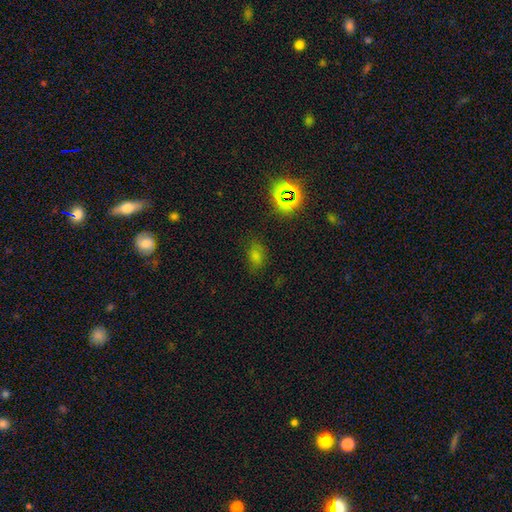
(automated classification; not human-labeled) A smooth galaxy with no disk features (56%) that is in between round and cigar-shaped (75%).

Vote fractions:
- Smooth or featured? smooth: 56% / star or artifact: 35% / featured or disk: 9%
- How rounded? in between: 75% / round: 22% / cigar-shaped: 3%
- Merging? none: 76% / minor disturbance: 16% / major disturbance: 5% / merger: 2%